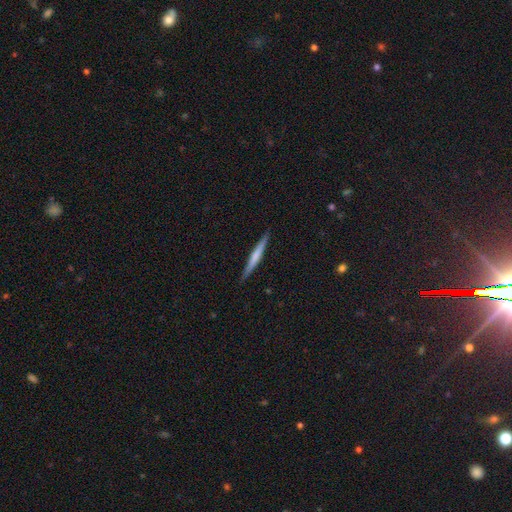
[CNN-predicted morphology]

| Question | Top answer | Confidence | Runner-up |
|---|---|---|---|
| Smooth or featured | smooth | 51% | featured or disk (43%) |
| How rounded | cigar-shaped | 96% | in between (3%) |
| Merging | none | 90% | minor disturbance (7%) |